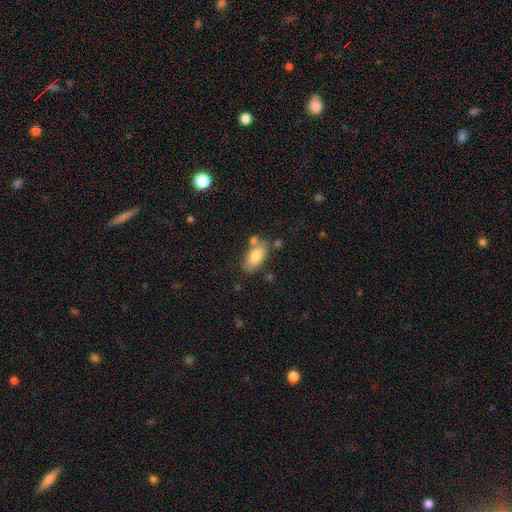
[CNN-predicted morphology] This appears to be a smooth galaxy with no disk features (80%) that is in between round and cigar-shaped (89%). Merging: none (60%).